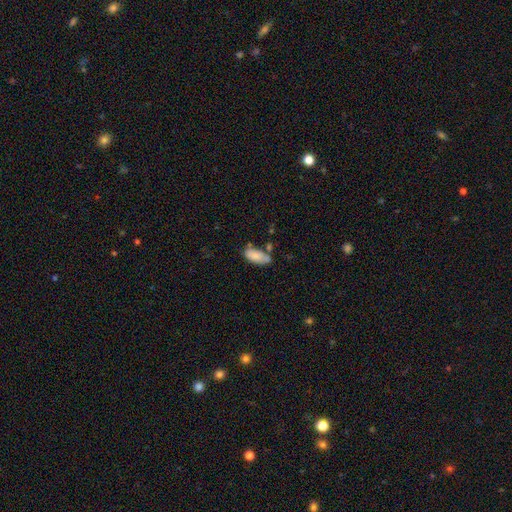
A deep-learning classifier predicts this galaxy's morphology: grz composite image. It shows a smooth galaxy with no disk features (81%) that is in between round and cigar-shaped (88%). Merging: none (51%).